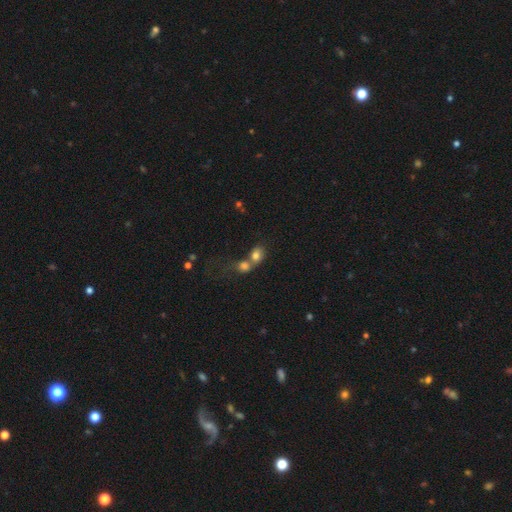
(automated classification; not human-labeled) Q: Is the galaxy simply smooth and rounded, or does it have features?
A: smooth — 78%.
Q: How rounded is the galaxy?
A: round — 52%.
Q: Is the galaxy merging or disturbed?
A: merger — 60%.